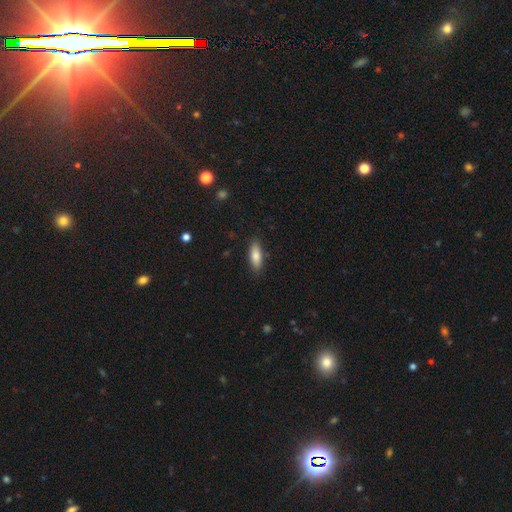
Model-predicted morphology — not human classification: Q: Smooth or featured?
A: smooth (82%); runner-up: featured or disk (11%)
Q: How rounded?
A: in between (69%); runner-up: cigar-shaped (29%)
Q: Merging?
A: none (86%); runner-up: minor disturbance (11%)